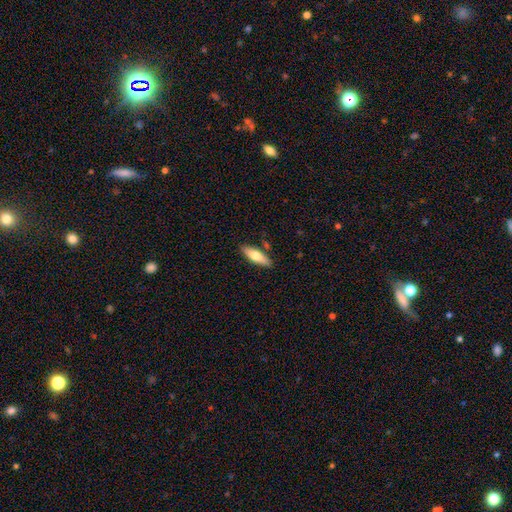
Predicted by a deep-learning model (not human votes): This is likely a smooth galaxy (68%). How rounded: possibly in between (51%). Merging: clearly none (83%).